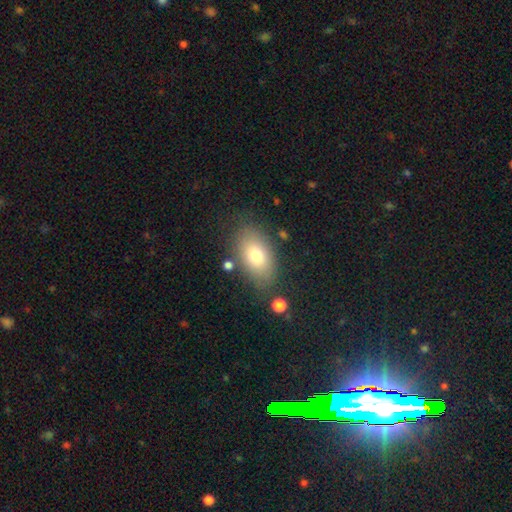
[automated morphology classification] This appears to be a smooth galaxy with no disk features (75%) that is in between round and cigar-shaped (89%). Merging: none (78%).